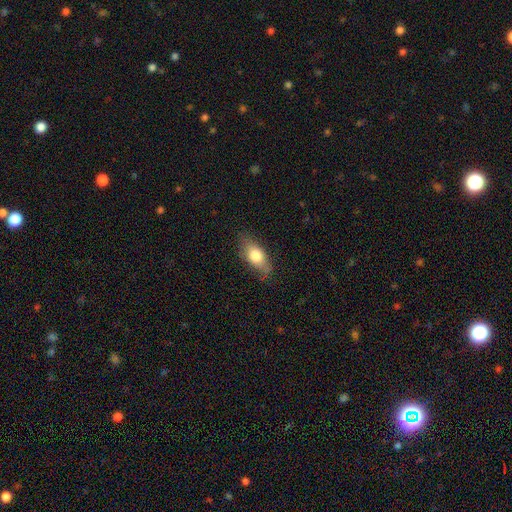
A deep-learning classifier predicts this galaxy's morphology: This is likely a smooth galaxy (73%). How rounded: clearly in between (82%). Merging: likely none (76%).